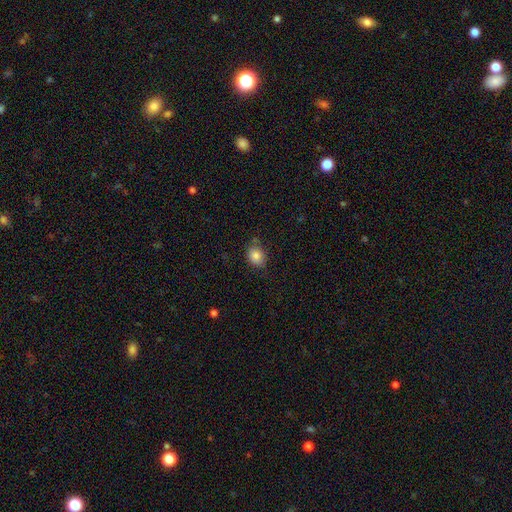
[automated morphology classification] Smooth or featured: smooth — 84% (star or artifact — 9%)
How rounded: round — 51% (in between — 48%)
Merging: none — 71% (minor disturbance — 22%)